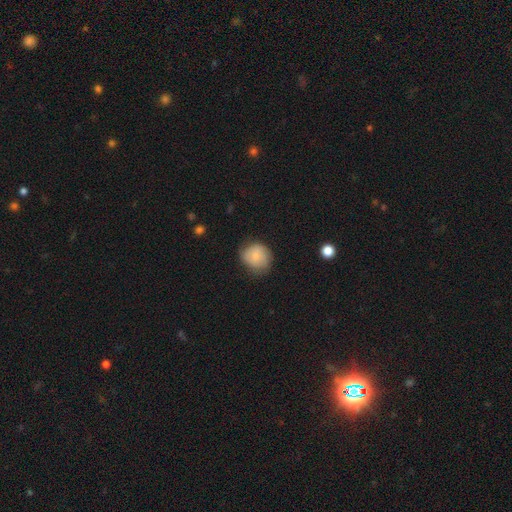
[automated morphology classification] This is likely a smooth galaxy (74%). How rounded: likely round (78%). Merging: likely none (63%).